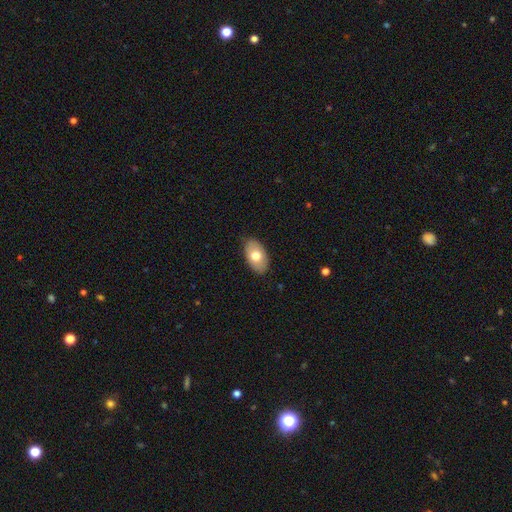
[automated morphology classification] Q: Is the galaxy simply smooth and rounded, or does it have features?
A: smooth — 71%.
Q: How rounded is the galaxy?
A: in between — 93%.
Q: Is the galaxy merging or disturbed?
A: none — 84%.